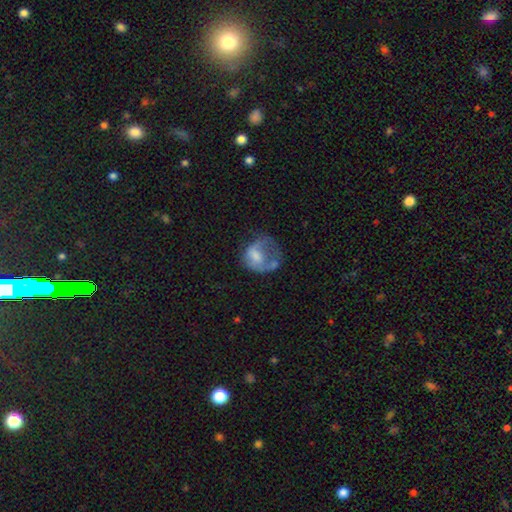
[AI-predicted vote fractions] The model was most divided on "smooth or featured": smooth: 49%, featured or disk: 42%, star or artifact: 9%. Remaining: merging — major disturbance (45%).